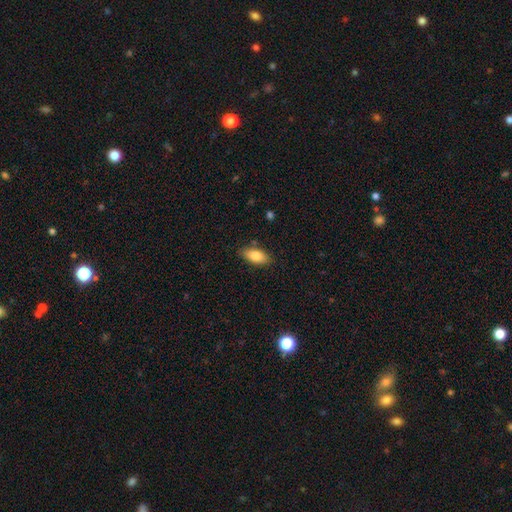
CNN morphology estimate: This appears to be a smooth galaxy with no disk features (83%) that is in between round and cigar-shaped (89%). Merging: none (84%).